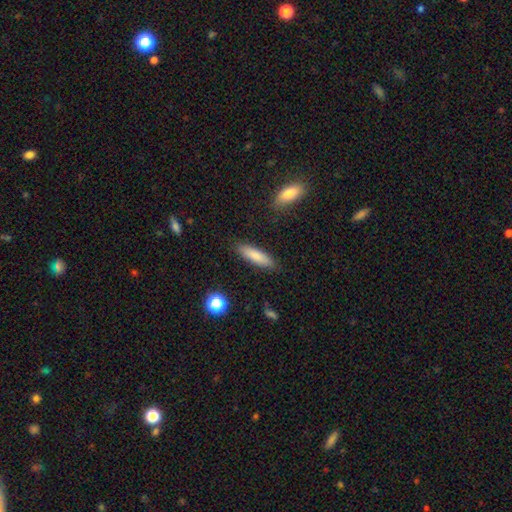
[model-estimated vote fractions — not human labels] A smooth galaxy with no disk features (81%) that is cigar-shaped (61%).

Vote fractions:
- Smooth or featured? smooth: 81% / featured or disk: 12% / star or artifact: 7%
- How rounded? cigar-shaped: 61% / in between: 37% / round: 2%
- Merging? none: 87% / minor disturbance: 9% / major disturbance: 2% / merger: 2%